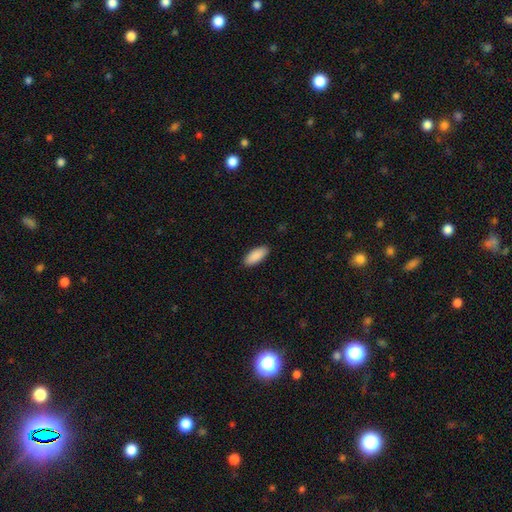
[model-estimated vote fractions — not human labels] A smooth galaxy with no disk features (91%) that is in between round and cigar-shaped (83%).

Vote fractions:
- Smooth or featured? smooth: 91% / star or artifact: 6% / featured or disk: 3%
- How rounded? in between: 83% / cigar-shaped: 16% / round: 2%
- Merging? none: 89% / minor disturbance: 8% / major disturbance: 2% / merger: 1%